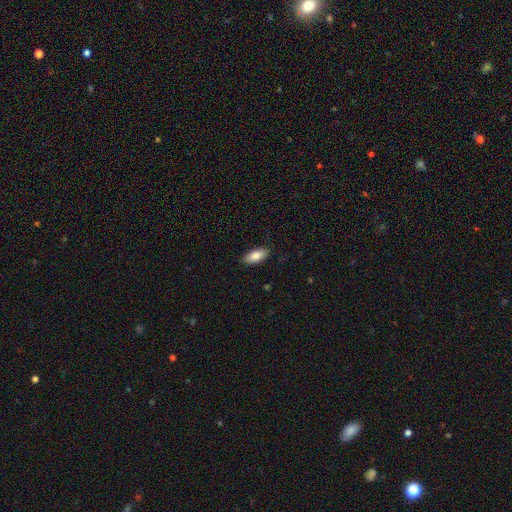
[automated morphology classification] smooth-or-featured: smooth: 84% | featured or disk: 10% | star or artifact: 6%
  how-rounded: in between: 85% | cigar-shaped: 13% | round: 2%
  merging: none: 88% | minor disturbance: 10% | major disturbance: 2% | merger: 1%